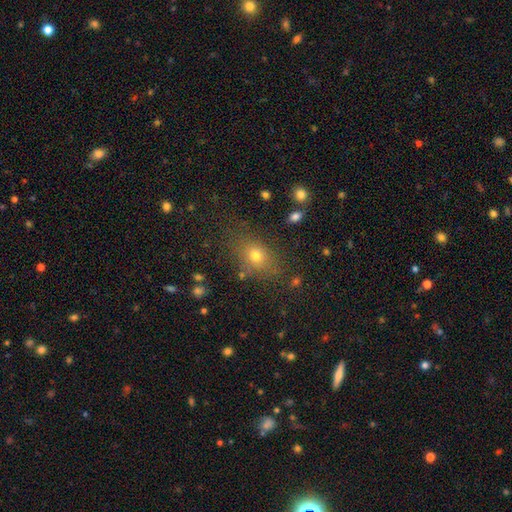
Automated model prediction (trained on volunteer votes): This is likely a smooth galaxy (72%). How rounded: possibly in between (53%). Merging: likely none (76%).